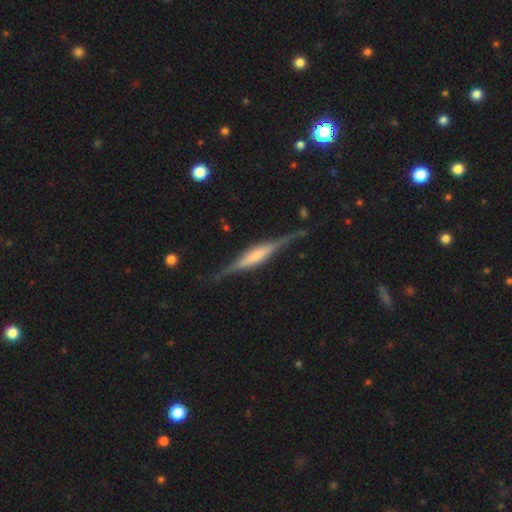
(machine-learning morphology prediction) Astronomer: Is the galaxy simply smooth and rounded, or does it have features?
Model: featured or disk — 76%.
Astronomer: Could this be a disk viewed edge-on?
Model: yes — 97%.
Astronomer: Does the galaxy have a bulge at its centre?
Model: rounded — 44% (runner-up: boxy, 41%).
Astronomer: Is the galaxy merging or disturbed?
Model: none — 81%.